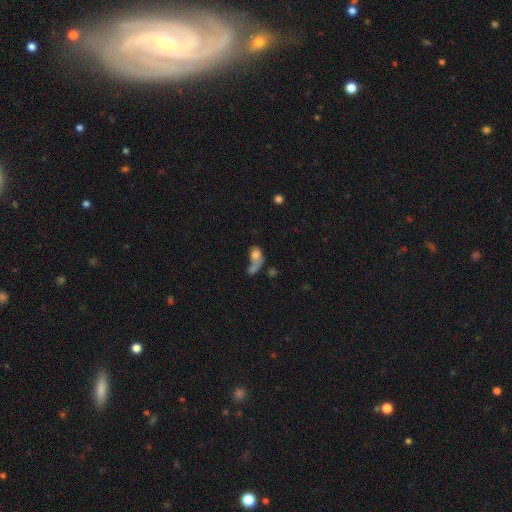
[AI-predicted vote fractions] This is likely a smooth galaxy (66%). How rounded: likely in between (63%). Merging: possibly merger (50%).